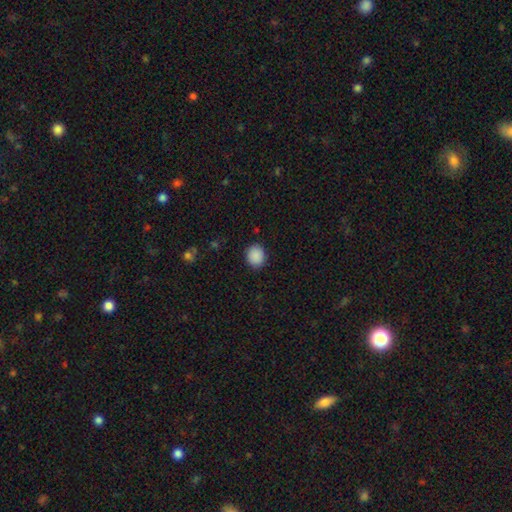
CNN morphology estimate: Smooth or featured? smooth (89%)
How rounded? round (69%)
Merging? none (89%)